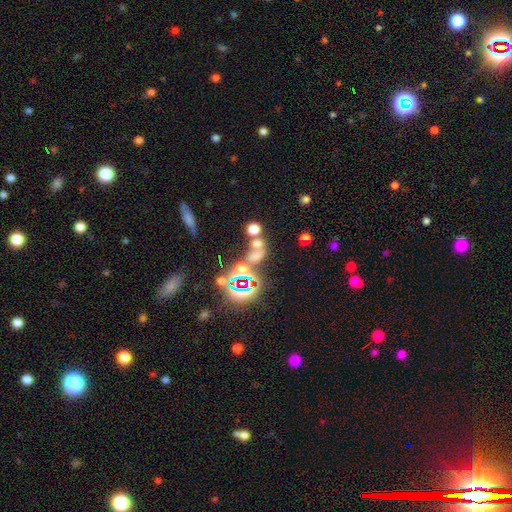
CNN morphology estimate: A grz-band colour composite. It shows a star or artifact, not a galaxy (43%).